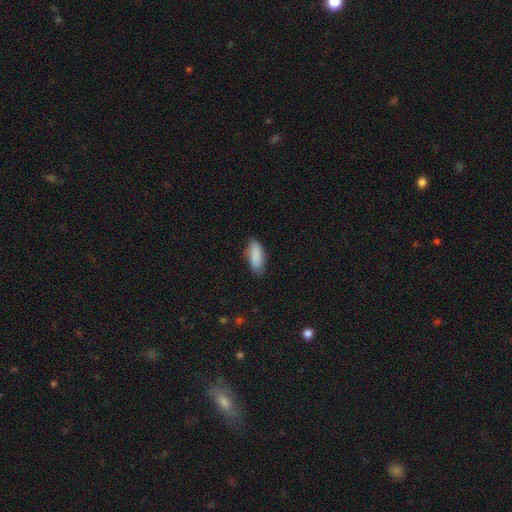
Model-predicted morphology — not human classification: The model was most divided on "how rounded": in between: 74%, cigar-shaped: 24%, round: 2%. More confident: smooth or featured — smooth (87%); merging — none (75%).